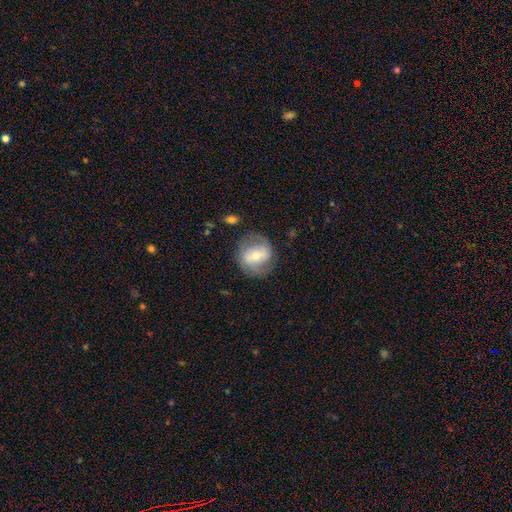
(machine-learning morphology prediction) featured or disk 57%, smooth 36%, star or artifact 7%. Down the decision tree: edge-on disk — no (95%); bar — weak (38%); spiral arms — yes (66%); bulge size — moderate (53%); merging — none (75%).